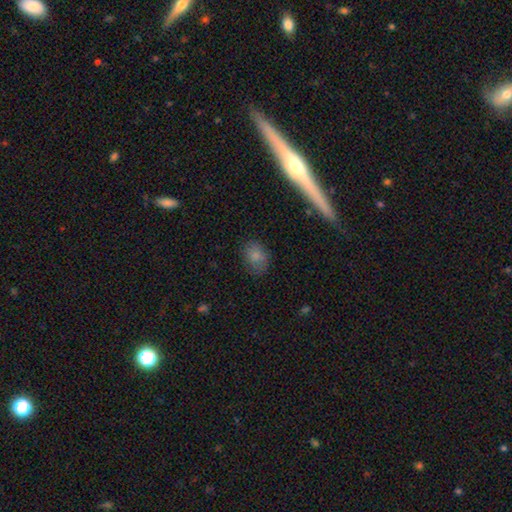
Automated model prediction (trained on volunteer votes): smooth 81%, star or artifact 11%, featured or disk 9%. Down the decision tree: how rounded — in between (63%); merging — none (77%).